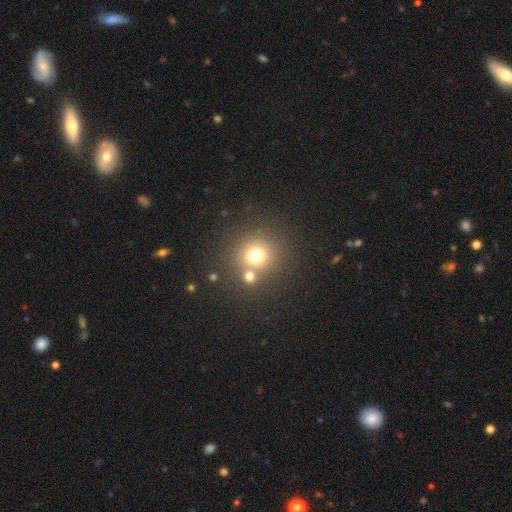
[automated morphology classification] This is likely a smooth galaxy (71%). How rounded: clearly round (91%). Merging: likely none (69%).